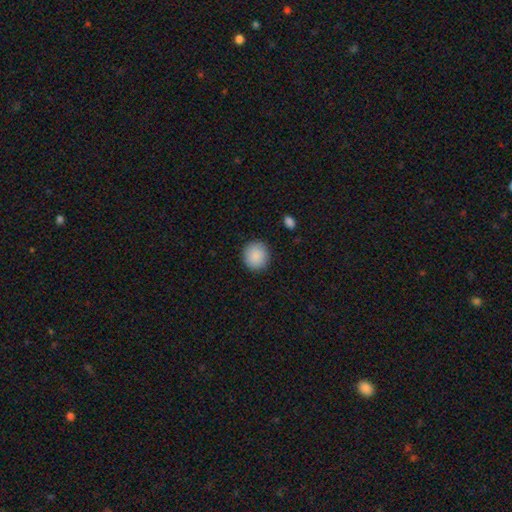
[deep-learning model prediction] Morphology: type=smooth (89%); roundness=round (89%); merging=none (90%).